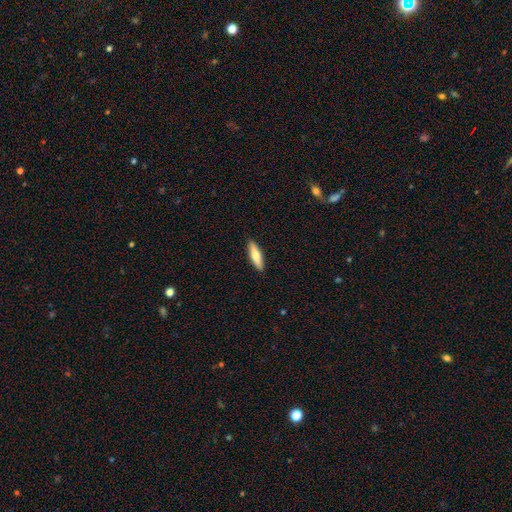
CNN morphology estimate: smooth 65%, featured or disk 29%, star or artifact 5%. Down the decision tree: how rounded — cigar-shaped (69%); merging — none (91%).